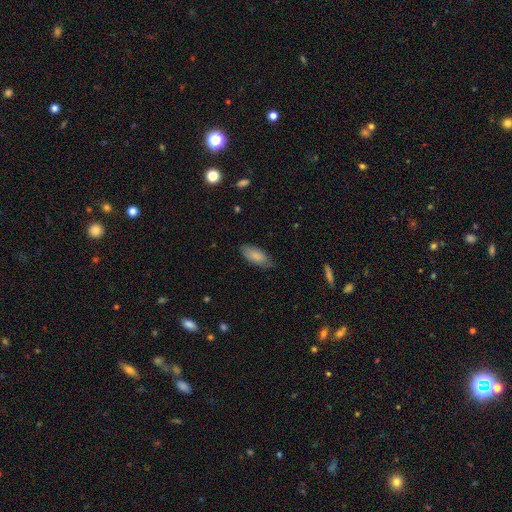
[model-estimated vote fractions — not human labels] smooth_or_featured: smooth (p=0.84) [alt: featured or disk p=0.10]
how_rounded: in between (p=0.84) [alt: cigar-shaped p=0.14]
merging: none (p=0.75) [alt: minor disturbance p=0.20]